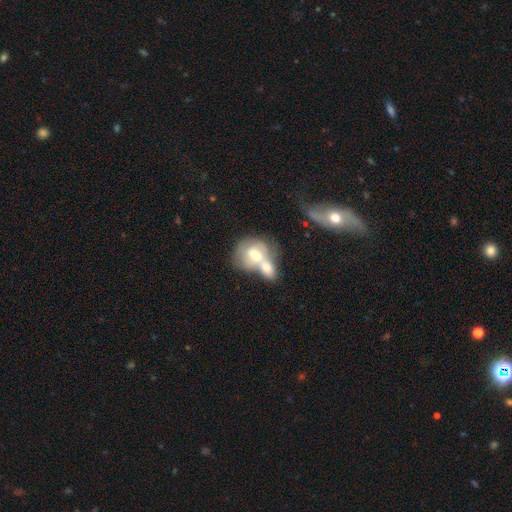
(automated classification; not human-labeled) smooth 59%, featured or disk 34%, star or artifact 7%. Down the decision tree: how rounded — round (55%); merging — merger (72%).